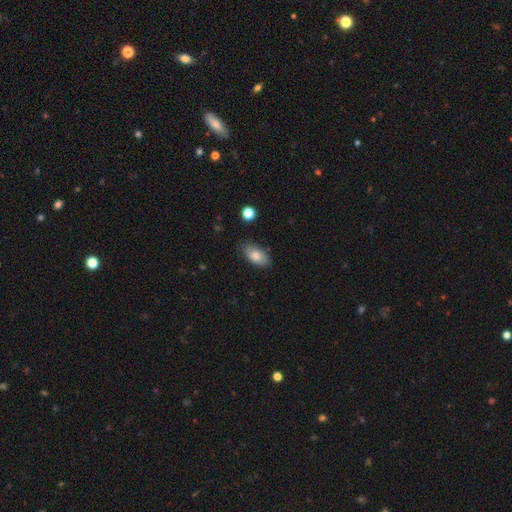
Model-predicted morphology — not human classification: This is likely a smooth galaxy (78%). How rounded: clearly in between (92%). Merging: likely none (79%).